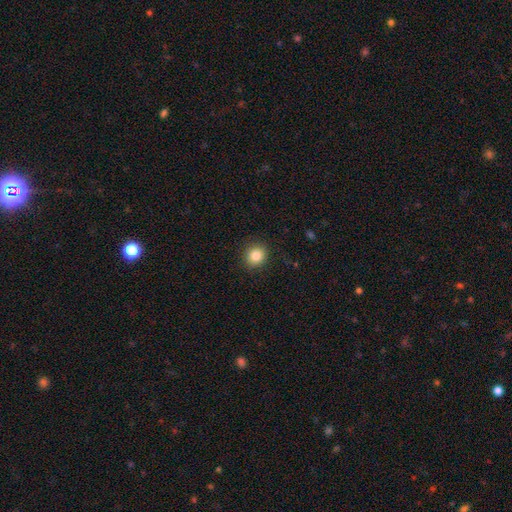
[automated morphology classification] Smooth or featured?
  - smooth: 84% *
  - star or artifact: 10%
  - featured or disk: 6%
How rounded?
  - round: 81% *
  - in between: 18%
  - cigar-shaped: 1%
Merging?
  - none: 90% *
  - minor disturbance: 7%
  - major disturbance: 2%
  - merger: 1%